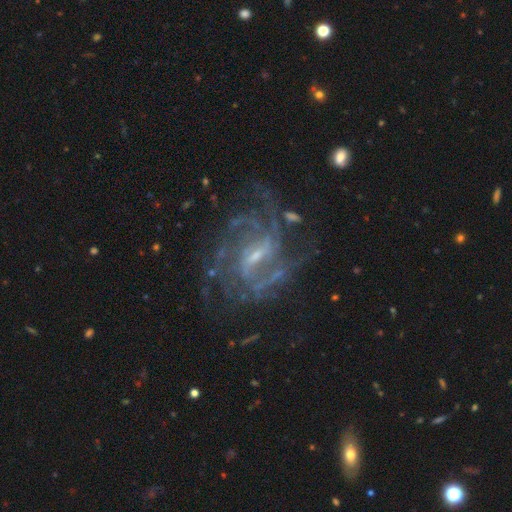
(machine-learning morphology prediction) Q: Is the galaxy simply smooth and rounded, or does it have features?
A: featured or disk — 90%.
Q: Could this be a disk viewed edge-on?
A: no — 98%.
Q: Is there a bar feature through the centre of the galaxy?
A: weak — 54%.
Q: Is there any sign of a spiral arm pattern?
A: yes — 96%.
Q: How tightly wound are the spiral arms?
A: medium — 49%.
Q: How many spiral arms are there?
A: can't tell — 23%.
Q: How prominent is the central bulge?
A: small — 64%.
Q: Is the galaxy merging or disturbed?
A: none — 64%.